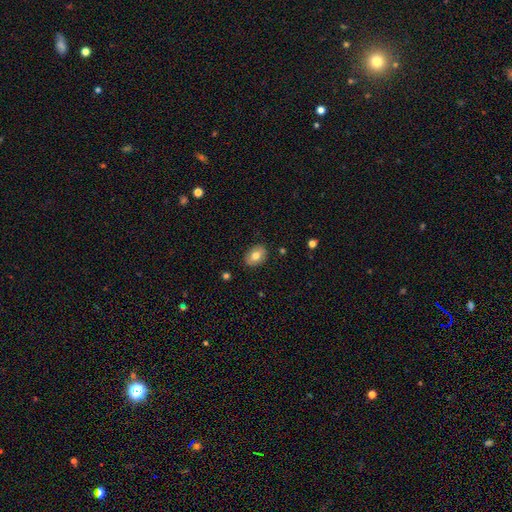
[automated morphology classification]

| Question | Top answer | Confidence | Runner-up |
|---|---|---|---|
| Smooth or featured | smooth | 77% | featured or disk (16%) |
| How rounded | in between | 80% | round (18%) |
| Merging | none | 87% | minor disturbance (10%) |